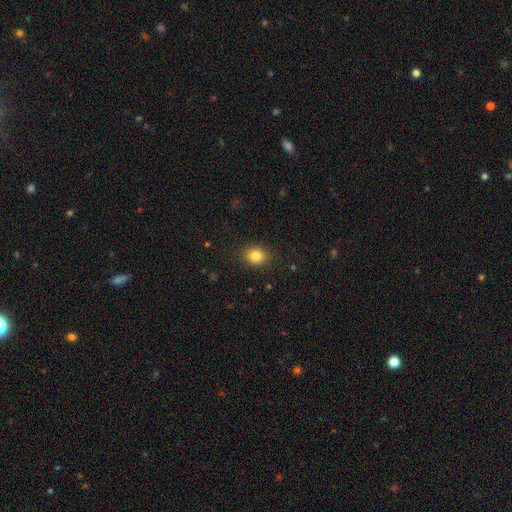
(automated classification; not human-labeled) Morphology: type=smooth (84%); roundness=round (54%); merging=none (88%).